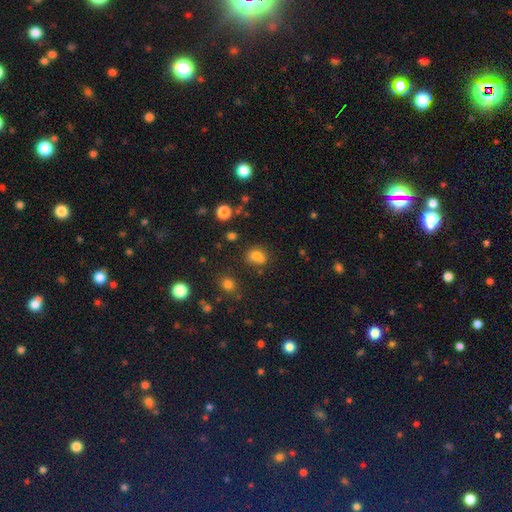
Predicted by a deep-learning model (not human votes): Overall: smooth (74%). How rounded: round (60%; in between 39%). Merging: none (54%; merger 25%).